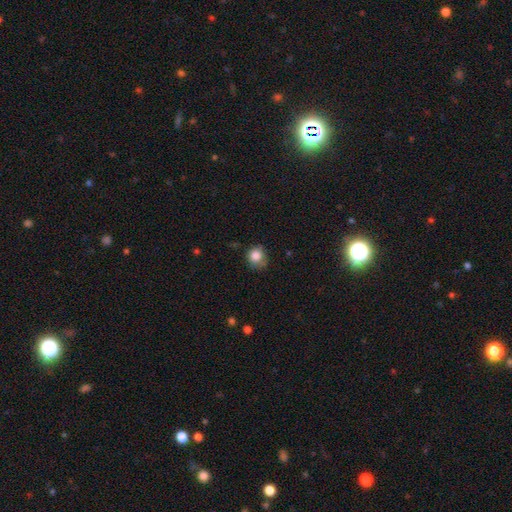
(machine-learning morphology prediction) A smooth galaxy with no disk features (84%) that is round (81%).

Vote fractions:
- Smooth or featured? smooth: 84% / star or artifact: 10% / featured or disk: 6%
- How rounded? round: 81% / in between: 19% / cigar-shaped: 1%
- Merging? none: 63% / minor disturbance: 28% / major disturbance: 6% / merger: 2%